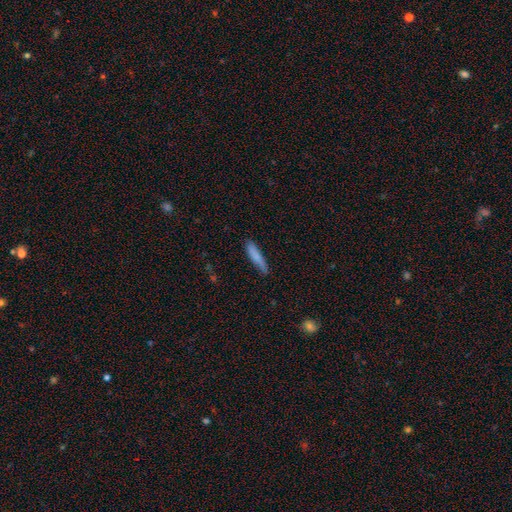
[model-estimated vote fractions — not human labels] Q: Smooth or featured?
A: smooth (81%); runner-up: featured or disk (13%)
Q: How rounded?
A: cigar-shaped (86%); runner-up: in between (12%)
Q: Merging?
A: none (80%); runner-up: minor disturbance (16%)